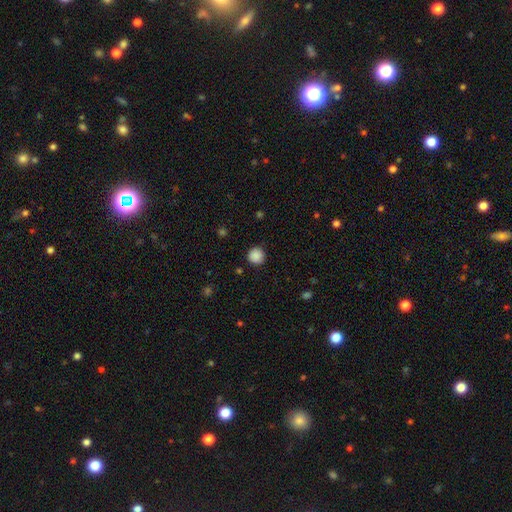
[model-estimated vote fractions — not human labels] A smooth galaxy with no disk features (88%) that is round (94%). Merging: none (89%).